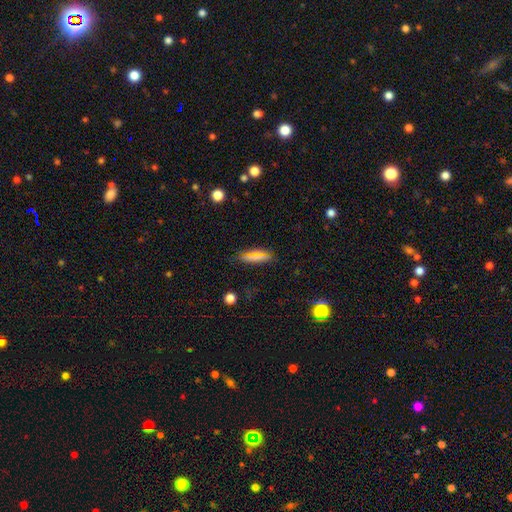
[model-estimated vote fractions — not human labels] A smooth galaxy with no disk features (72%) that is cigar-shaped (47%, tied with in between). Merging: none (84%).